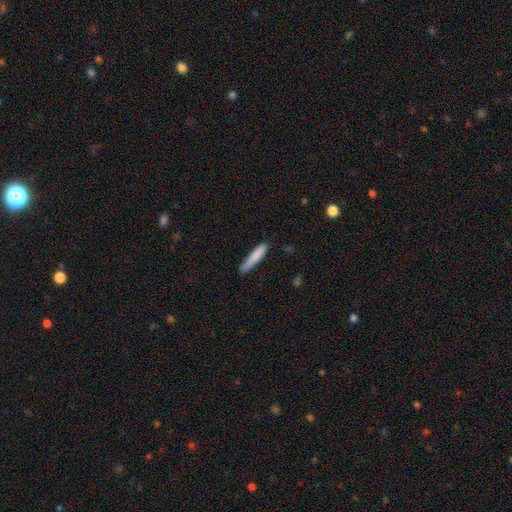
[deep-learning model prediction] smooth_or_featured: smooth (p=0.83) [alt: featured or disk p=0.11]
how_rounded: cigar-shaped (p=0.90) [alt: in between p=0.09]
merging: none (p=0.77) [alt: minor disturbance p=0.18]